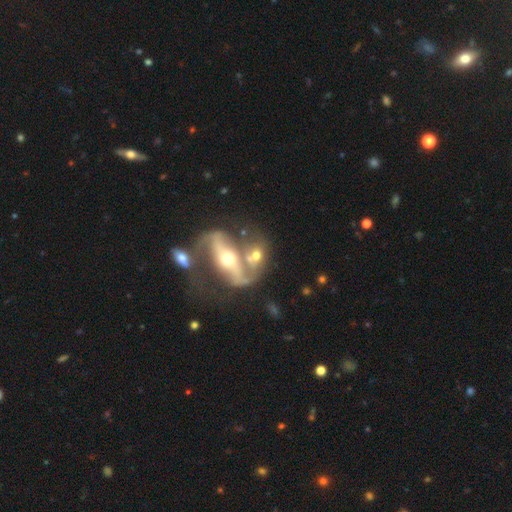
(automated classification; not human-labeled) Smooth or featured: featured or disk — 66% (smooth — 25%)
Edge-on disk: no — 83% (yes — 17%)
Bar: no — 50% (strong — 27%)
Spiral arms: yes — 58% (no — 42%)
Bulge size: moderate — 59% (small — 26%)
Merging: merger — 52% (none — 26%)